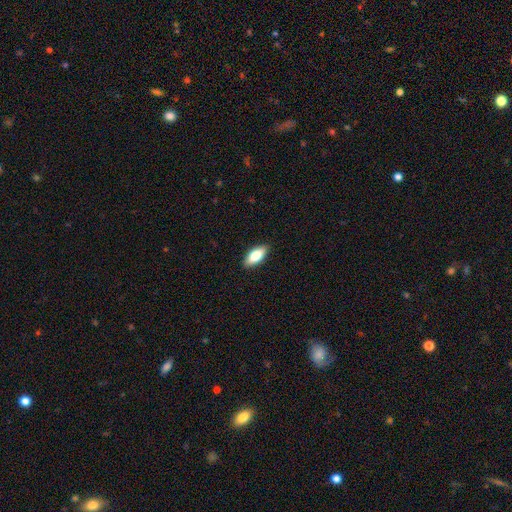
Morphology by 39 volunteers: A smooth galaxy with no disk features (67%) that is in between round and cigar-shaped (69%).

Vote fractions:
- Smooth or featured? smooth: 67% / featured or disk: 28% / star or artifact: 5%
- How rounded? in between: 69% / cigar-shaped: 31% / round: 0%
- Merging? none: 84% / minor disturbance: 11% / major disturbance: 5% / merger: 0%